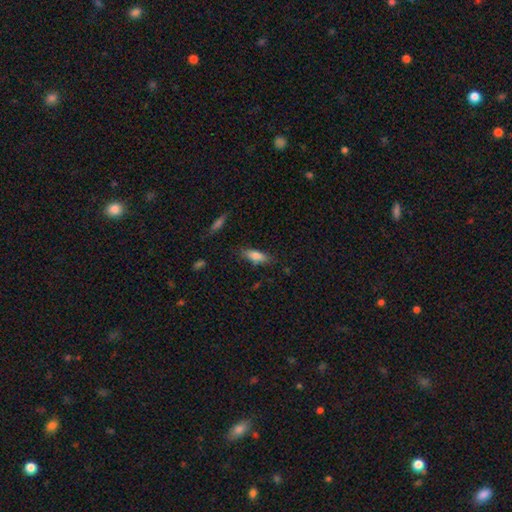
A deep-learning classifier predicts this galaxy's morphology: Smooth or featured: smooth — 81% (featured or disk — 11%)
How rounded: in between — 62% (cigar-shaped — 36%)
Merging: none — 76% (minor disturbance — 17%)